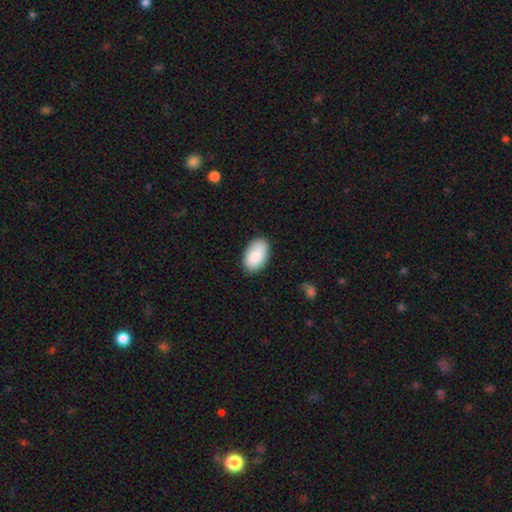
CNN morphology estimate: smooth-or-featured: smooth: 90% | star or artifact: 6% | featured or disk: 5%
  how-rounded: in between: 95% | round: 4% | cigar-shaped: 1%
  merging: none: 85% | minor disturbance: 12% | major disturbance: 2% | merger: 1%